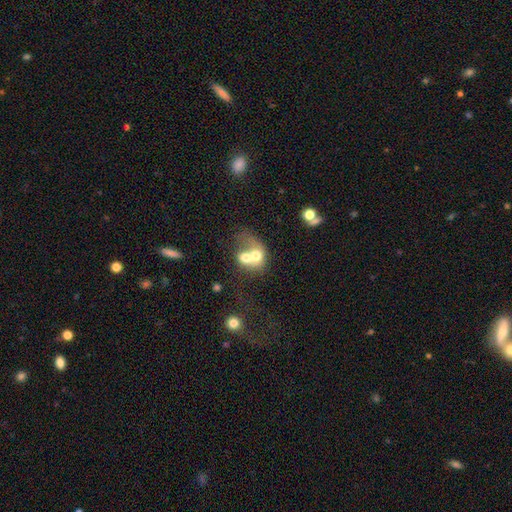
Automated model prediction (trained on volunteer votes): A smooth galaxy with no disk features (59%) that is round (50%).

Vote fractions:
- Smooth or featured? smooth: 59% / featured or disk: 32% / star or artifact: 9%
- How rounded? round: 50% / in between: 49% / cigar-shaped: 1%
- Merging? merger: 76% / none: 11% / major disturbance: 8% / minor disturbance: 5%